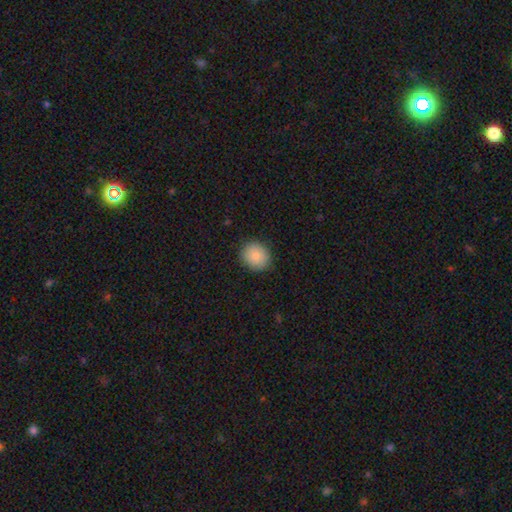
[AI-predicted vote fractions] smooth-or-featured: smooth: 85% | star or artifact: 8% | featured or disk: 7%
  how-rounded: round: 78% | in between: 22% | cigar-shaped: 1%
  merging: none: 88% | minor disturbance: 9% | major disturbance: 2% | merger: 1%